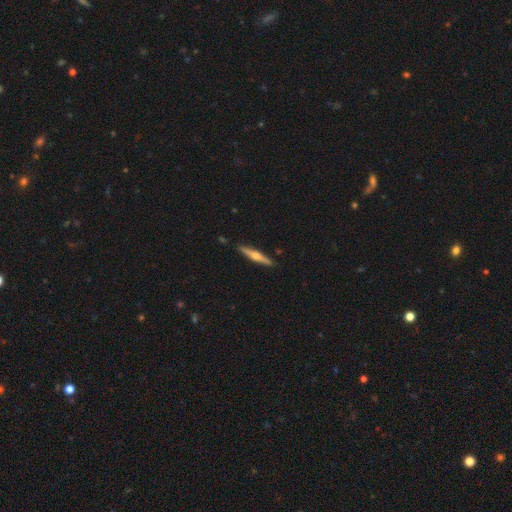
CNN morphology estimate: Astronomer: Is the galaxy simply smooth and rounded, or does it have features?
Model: featured or disk — 63%.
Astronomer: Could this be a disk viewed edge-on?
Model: yes — 98%.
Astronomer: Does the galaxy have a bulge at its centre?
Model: rounded — 89%.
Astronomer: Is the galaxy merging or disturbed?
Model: none — 90%.